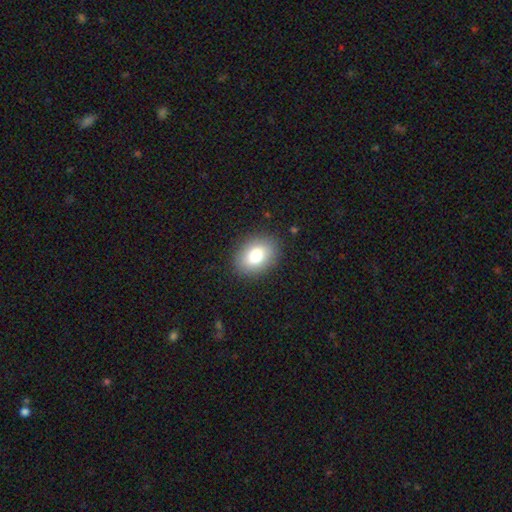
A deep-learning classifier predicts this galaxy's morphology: smooth-or-featured: smooth: 83% | featured or disk: 9% | star or artifact: 8%
  how-rounded: in between: 76% | round: 23% | cigar-shaped: 1%
  merging: none: 87% | minor disturbance: 9% | major disturbance: 3% | merger: 1%